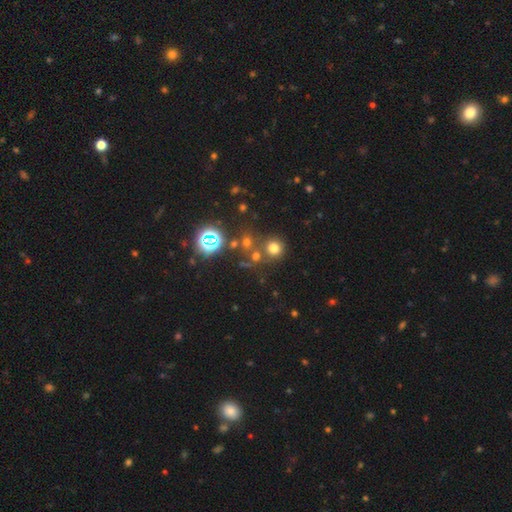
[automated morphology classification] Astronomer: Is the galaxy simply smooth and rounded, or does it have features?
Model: smooth — 55% (runner-up: star or artifact, 36%).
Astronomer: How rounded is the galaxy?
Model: round — 90%.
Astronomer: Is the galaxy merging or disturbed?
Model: none — 69%.